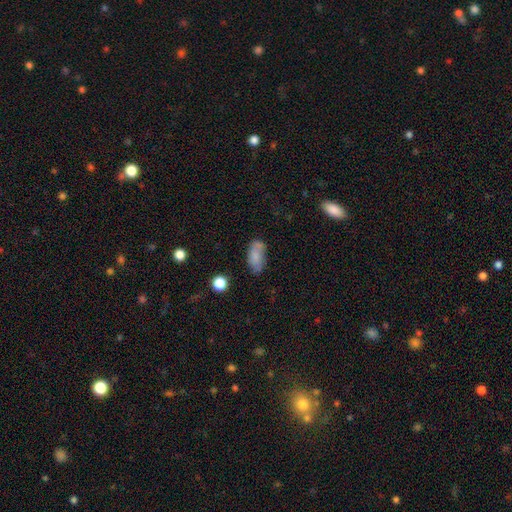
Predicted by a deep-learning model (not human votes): Smooth or featured?
  - smooth: 73% *
  - featured or disk: 18%
  - star or artifact: 9%
How rounded?
  - in between: 89% *
  - cigar-shaped: 7%
  - round: 4%
Merging?
  - none: 56% *
  - minor disturbance: 25%
  - merger: 10%
  - major disturbance: 9%